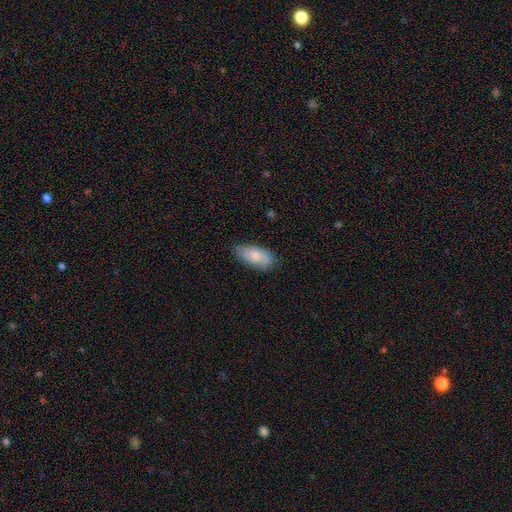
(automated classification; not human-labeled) A smooth galaxy with no disk features (75%) that is in between round and cigar-shaped (89%). Merging: none (70%).